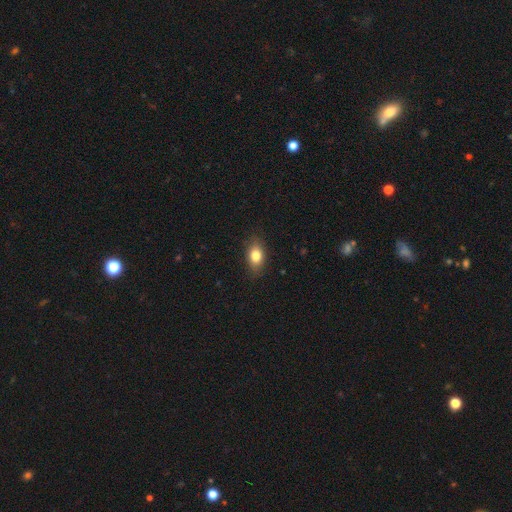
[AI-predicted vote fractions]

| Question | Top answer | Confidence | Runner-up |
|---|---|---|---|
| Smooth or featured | smooth | 80% | featured or disk (11%) |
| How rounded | in between | 81% | round (16%) |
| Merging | none | 85% | minor disturbance (12%) |